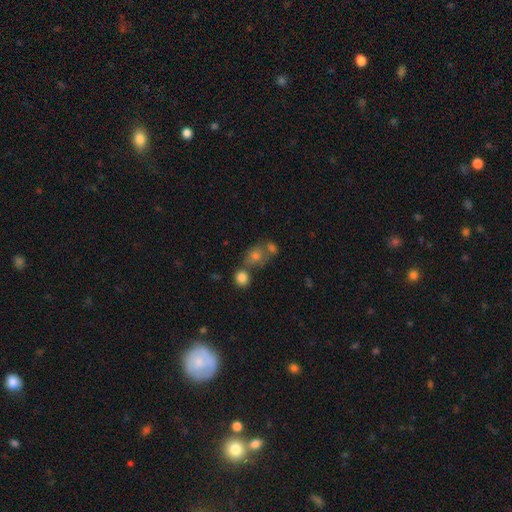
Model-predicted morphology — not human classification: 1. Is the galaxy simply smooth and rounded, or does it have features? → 66% smooth, 17% star or artifact, 16% featured or disk.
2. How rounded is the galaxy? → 58% round, 40% in between, 2% cigar-shaped.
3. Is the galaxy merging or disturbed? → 44% none, 37% merger, 12% minor disturbance, 6% major disturbance.